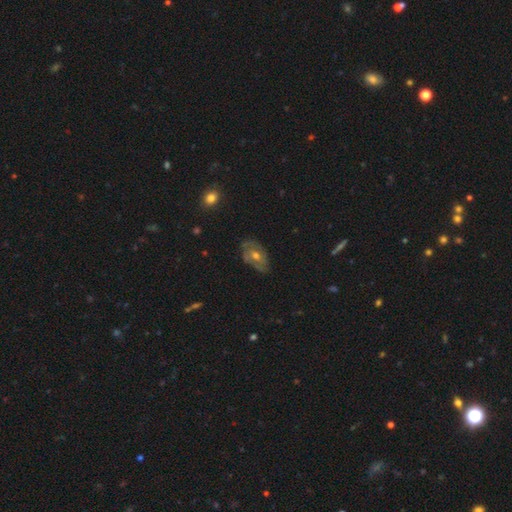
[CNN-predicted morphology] Smooth or featured?
  - featured or disk: 63% *
  - smooth: 25%
  - star or artifact: 12%
Edge-on disk?
  - no: 92% *
  - yes: 8%
Bar?
  - no: 71% *
  - weak: 24%
  - strong: 5%
Spiral arms?
  - yes: 67% *
  - no: 33%
Bulge size?
  - moderate: 65% *
  - small: 29%
  - large: 3%
  - none: 1%
  - dominant: 1%
Merging?
  - none: 69% *
  - minor disturbance: 22%
  - major disturbance: 7%
  - merger: 2%